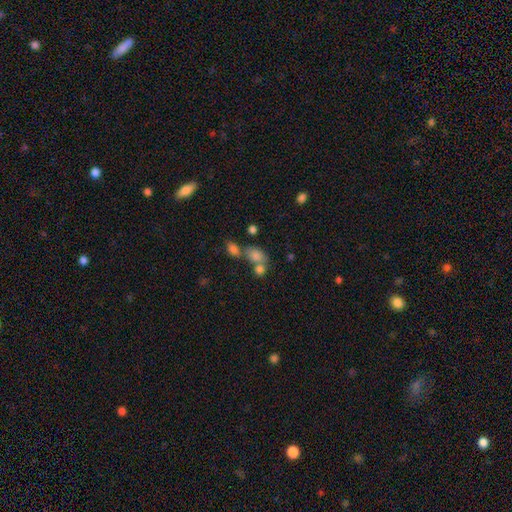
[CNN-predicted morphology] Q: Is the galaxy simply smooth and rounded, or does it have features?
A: smooth — 72%.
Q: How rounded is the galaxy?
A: in between — 54%.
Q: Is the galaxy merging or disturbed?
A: none — 42%.